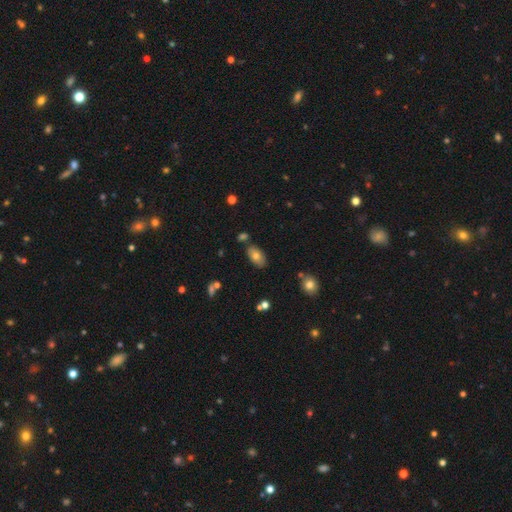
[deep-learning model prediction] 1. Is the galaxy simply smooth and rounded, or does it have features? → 73% smooth, 17% featured or disk, 10% star or artifact.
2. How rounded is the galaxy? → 93% in between, 5% round, 2% cigar-shaped.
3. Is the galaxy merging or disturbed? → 78% none, 13% minor disturbance, 6% merger, 3% major disturbance.